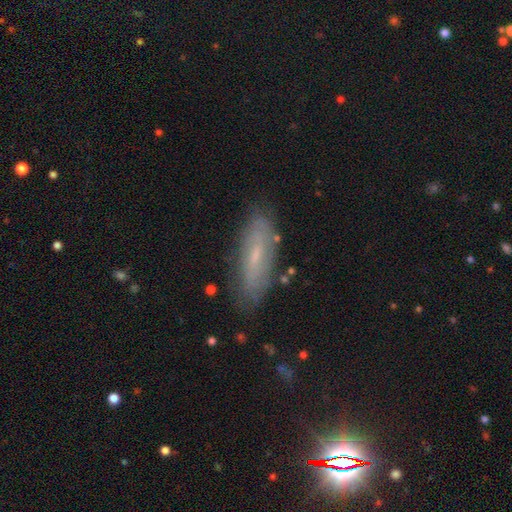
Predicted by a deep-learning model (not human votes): featured or disk 47%, smooth 43%, star or artifact 11%. Down the decision tree: merging — none (81%).